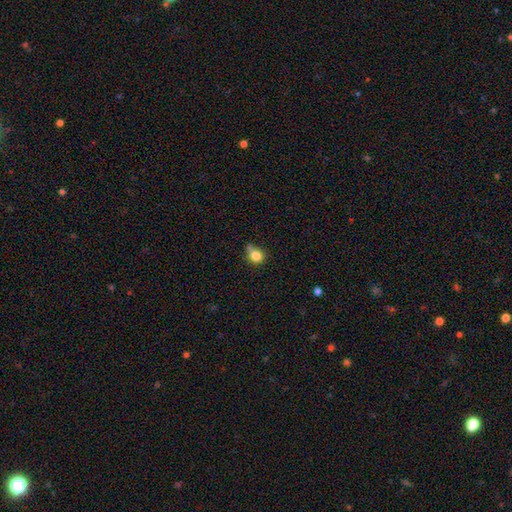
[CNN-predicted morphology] The model was most divided on "merging": none: 49%, minor disturbance: 29%, merger: 13%, major disturbance: 9%. More confident: smooth or featured — smooth (81%); how rounded — round (75%).